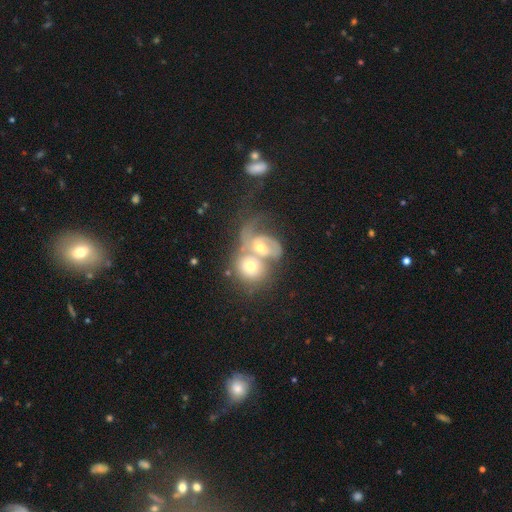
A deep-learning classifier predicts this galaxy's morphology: A featured or disk galaxy (57%) with no bar (68%), spiral arms (69%) and a moderate central bulge (62%).

Vote fractions:
- Smooth or featured? featured or disk: 57% / smooth: 32% / star or artifact: 12%
- Edge-on disk? no: 95% / yes: 5%
- Bar? no: 68% / weak: 24% / strong: 8%
- Spiral arms? yes: 69% / no: 31%
- Bulge size? moderate: 62% / small: 25% / large: 8% / none: 3% / dominant: 2%
- Merging? merger: 74% / none: 14% / major disturbance: 6% / minor disturbance: 5%